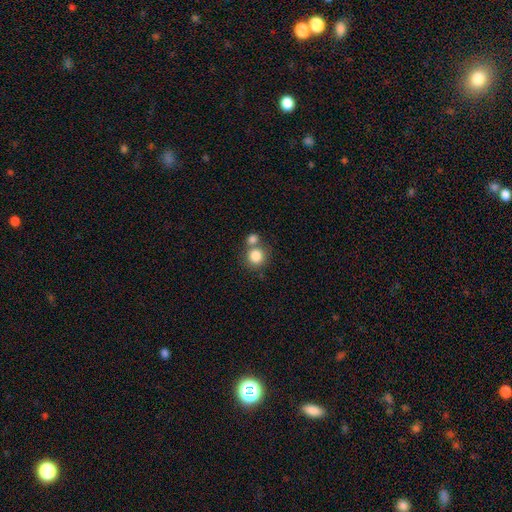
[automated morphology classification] Smooth or featured: smooth — 83% (star or artifact — 9%)
How rounded: round — 88% (in between — 11%)
Merging: none — 53% (merger — 36%)